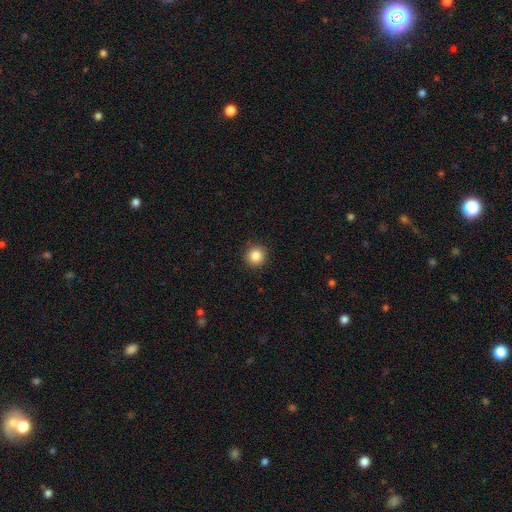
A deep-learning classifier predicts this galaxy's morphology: Q: Smooth or featured?
A: smooth (86%); runner-up: star or artifact (10%)
Q: How rounded?
A: round (94%); runner-up: in between (5%)
Q: Merging?
A: none (92%); runner-up: minor disturbance (5%)